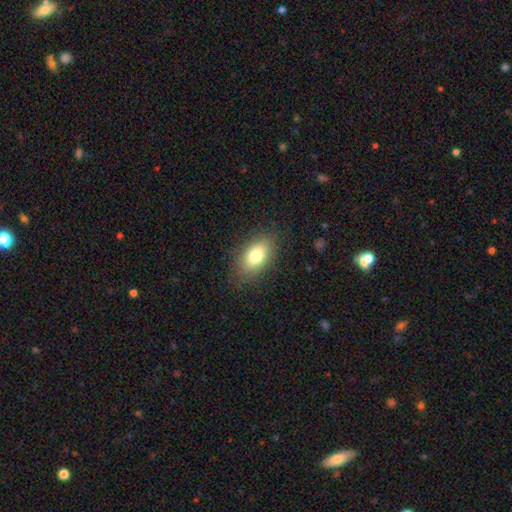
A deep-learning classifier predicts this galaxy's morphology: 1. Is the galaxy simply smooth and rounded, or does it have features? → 78% smooth, 13% featured or disk, 9% star or artifact.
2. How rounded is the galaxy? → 90% in between, 8% round, 2% cigar-shaped.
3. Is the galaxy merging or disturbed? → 83% none, 12% minor disturbance, 4% major disturbance, 1% merger.